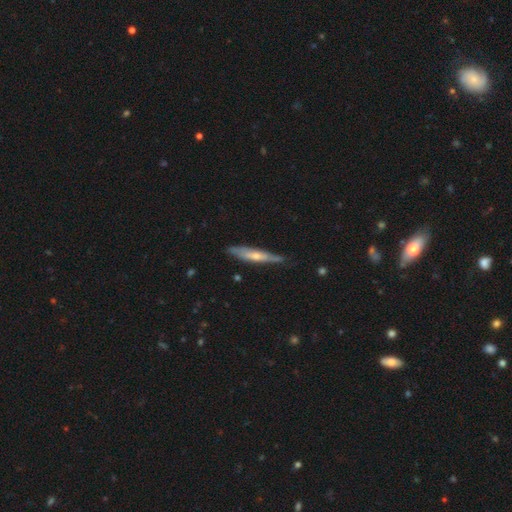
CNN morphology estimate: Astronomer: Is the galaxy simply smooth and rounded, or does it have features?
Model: featured or disk — 55% (runner-up: smooth, 39%).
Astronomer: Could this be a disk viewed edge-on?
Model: yes — 79%.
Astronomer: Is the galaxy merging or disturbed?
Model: none — 73%.